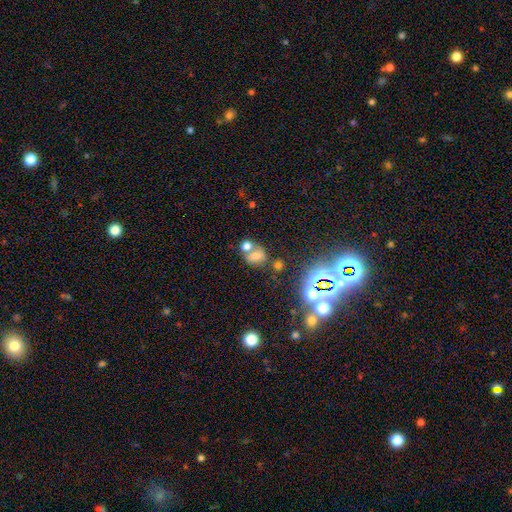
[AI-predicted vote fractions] This appears to be a smooth galaxy with no disk features (62%) that is round (51%). Merging: merger (44%).